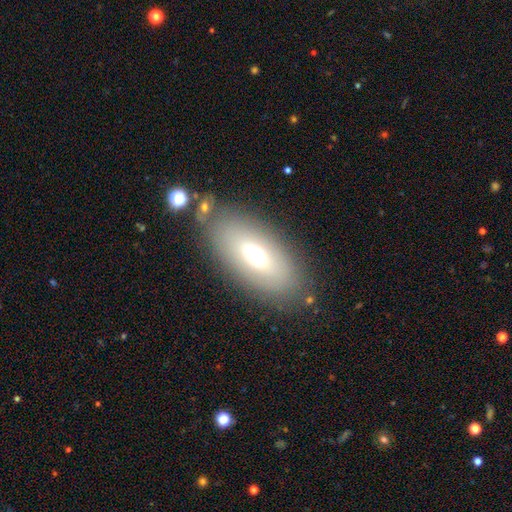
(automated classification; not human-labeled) Smooth or featured? Predicted: smooth (p=0.64). How rounded? Predicted: in between (p=0.87). Merging? Predicted: none (p=0.78).